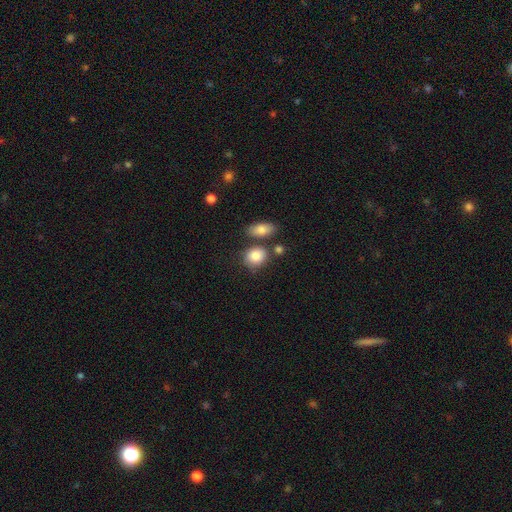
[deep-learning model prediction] A smooth galaxy with no disk features (84%) that is round (61%). Merging: none (64%).